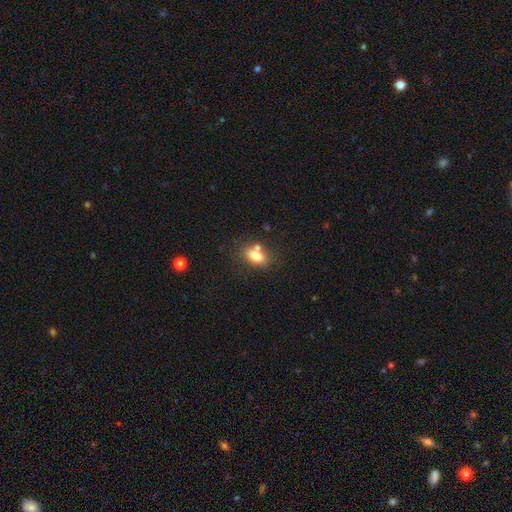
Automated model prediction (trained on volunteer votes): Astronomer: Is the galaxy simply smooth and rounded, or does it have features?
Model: smooth — 76%.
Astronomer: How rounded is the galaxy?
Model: in between — 82%.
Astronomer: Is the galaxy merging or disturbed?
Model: none — 58%.